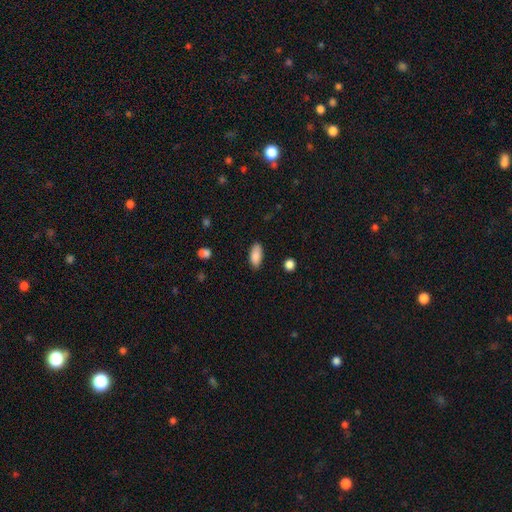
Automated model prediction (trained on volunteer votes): Smooth or featured? smooth (88%)
How rounded? in between (88%)
Merging? none (86%)